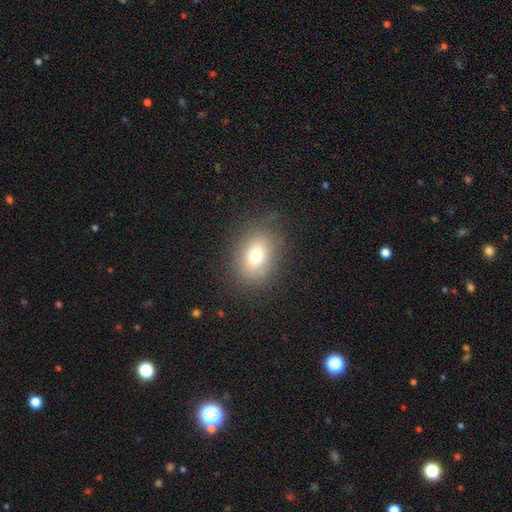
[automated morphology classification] Smooth or featured? Predicted: smooth (p=0.73). How rounded? Predicted: in between (p=0.69). Merging? Predicted: none (p=0.81).